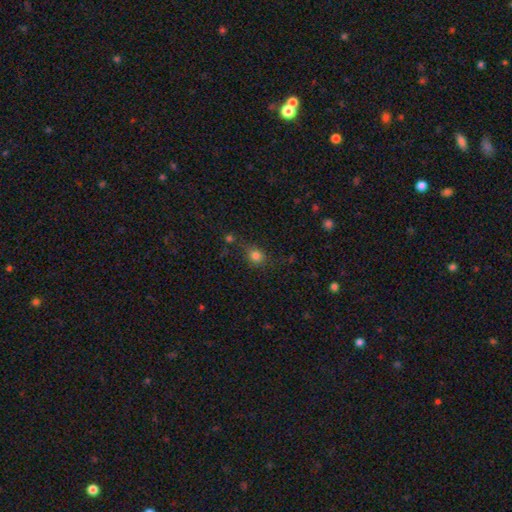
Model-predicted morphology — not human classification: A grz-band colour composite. It shows a smooth galaxy with no disk features (79%) that is round (72%). Merging: none (69%).